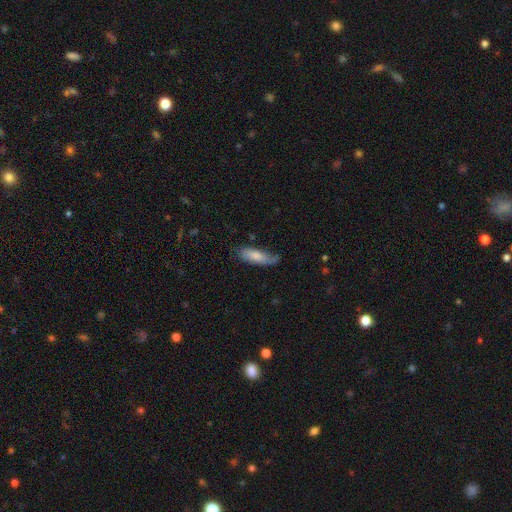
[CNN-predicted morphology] Smooth or featured? smooth (73%)
How rounded? in between (57%)
Merging? none (55%)